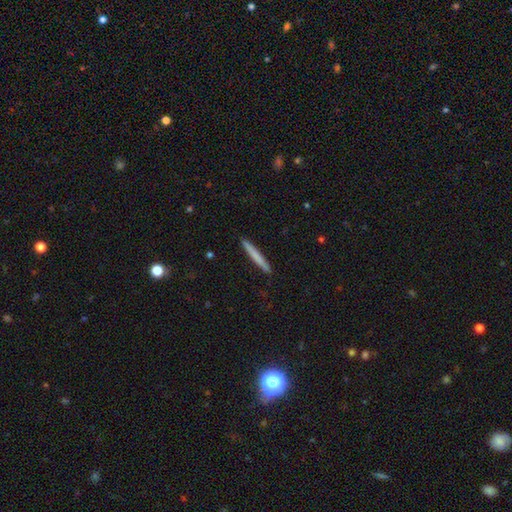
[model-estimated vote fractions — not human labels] Overall: smooth (69%). How rounded: cigar-shaped (97%). Merging: none (92%).